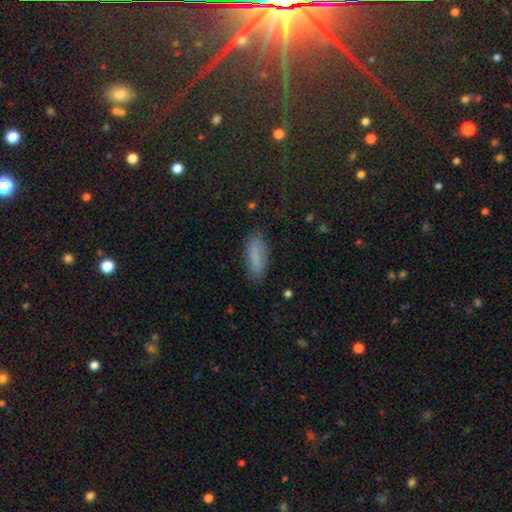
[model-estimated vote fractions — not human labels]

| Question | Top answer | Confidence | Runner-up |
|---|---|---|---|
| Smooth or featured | smooth | 79% | featured or disk (11%) |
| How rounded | in between | 67% | cigar-shaped (30%) |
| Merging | none | 77% | minor disturbance (17%) |